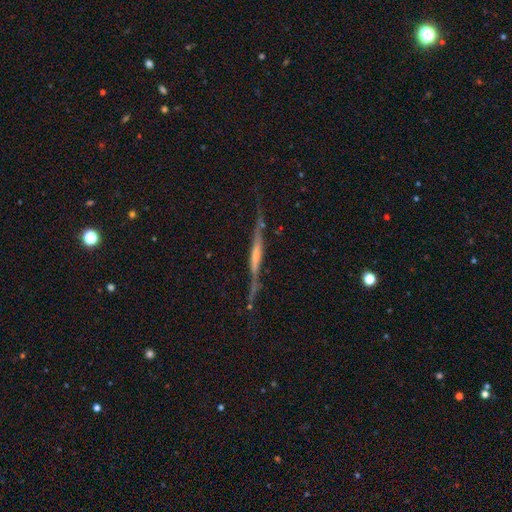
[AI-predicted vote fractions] Q: Smooth or featured?
A: featured or disk (76%); runner-up: smooth (16%)
Q: Edge-on disk?
A: yes (94%); runner-up: no (6%)
Q: Edge-on bulge?
A: rounded (42%); runner-up: none (38%)
Q: Merging?
A: none (71%); runner-up: minor disturbance (19%)